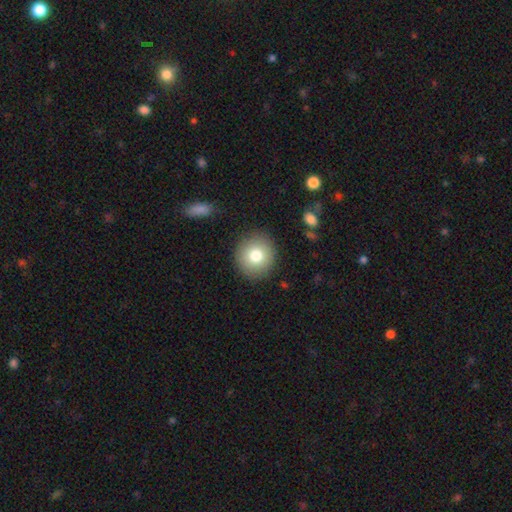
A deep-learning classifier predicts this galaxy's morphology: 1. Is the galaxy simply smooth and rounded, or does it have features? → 78% smooth, 12% featured or disk, 10% star or artifact.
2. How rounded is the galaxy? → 90% round, 9% in between, 1% cigar-shaped.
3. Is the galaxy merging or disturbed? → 90% none, 7% minor disturbance, 2% major disturbance, 1% merger.